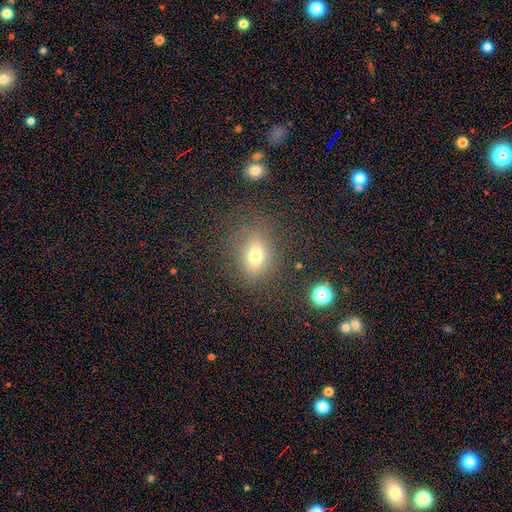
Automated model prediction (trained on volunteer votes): smooth-or-featured: smooth: 71% | star or artifact: 17% | featured or disk: 12%
  how-rounded: in between: 52% | round: 46% | cigar-shaped: 2%
  merging: none: 80% | minor disturbance: 12% | major disturbance: 7% | merger: 2%